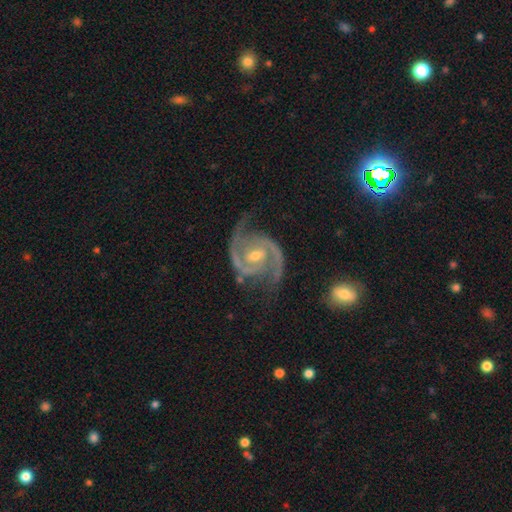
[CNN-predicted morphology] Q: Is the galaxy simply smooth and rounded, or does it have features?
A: featured or disk — 93%.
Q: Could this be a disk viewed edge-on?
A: no — 98%.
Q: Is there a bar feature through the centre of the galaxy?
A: weak — 44%.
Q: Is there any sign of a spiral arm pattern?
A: yes — 99%.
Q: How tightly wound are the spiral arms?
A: medium — 58%.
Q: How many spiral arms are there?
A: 2 — 91%.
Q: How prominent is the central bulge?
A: moderate — 57%.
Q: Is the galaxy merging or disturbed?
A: none — 74%.